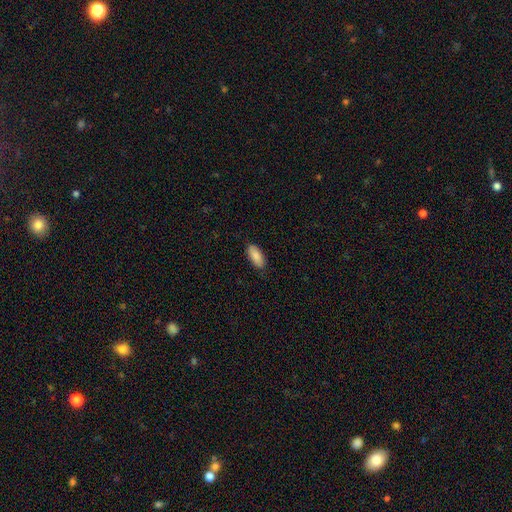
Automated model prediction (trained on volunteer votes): Smooth or featured? smooth (89%)
How rounded? in between (86%)
Merging? none (88%)